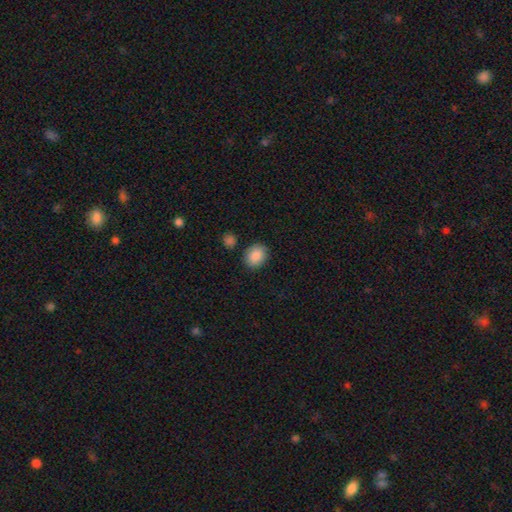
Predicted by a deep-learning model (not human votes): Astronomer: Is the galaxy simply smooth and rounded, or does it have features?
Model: smooth — 88%.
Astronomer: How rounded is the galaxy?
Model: in between — 52% (runner-up: round, 47%).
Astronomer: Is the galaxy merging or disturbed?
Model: none — 85%.